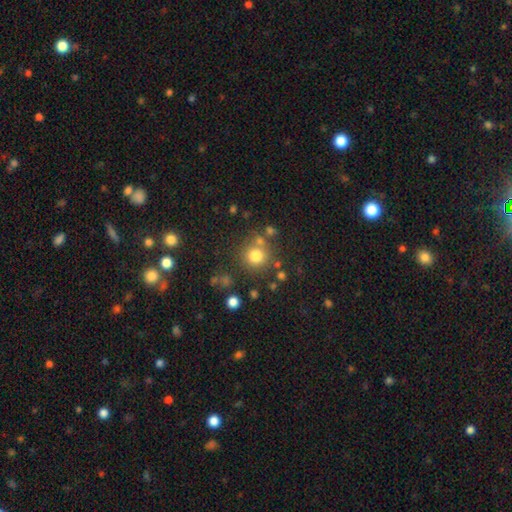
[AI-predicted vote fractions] Smooth or featured? smooth (77%)
How rounded? round (92%)
Merging? none (76%)